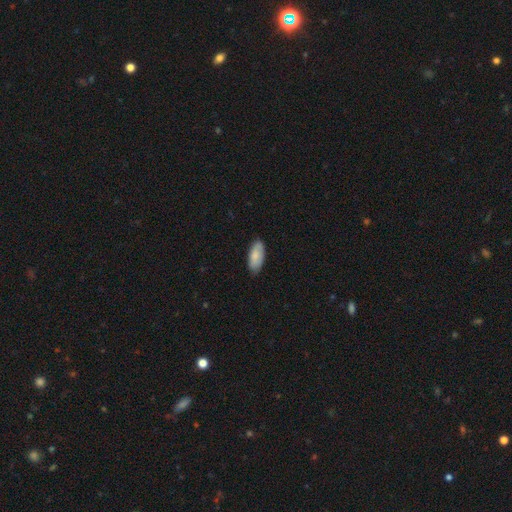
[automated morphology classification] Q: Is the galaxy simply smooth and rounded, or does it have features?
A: smooth — 80%.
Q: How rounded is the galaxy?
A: in between — 87%.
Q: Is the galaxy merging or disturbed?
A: none — 80%.